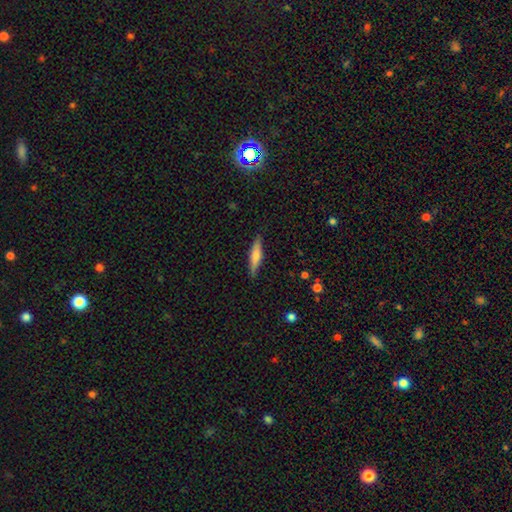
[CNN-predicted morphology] This appears to be a smooth galaxy with no disk features (65%) that is cigar-shaped (81%). Merging: none (87%).